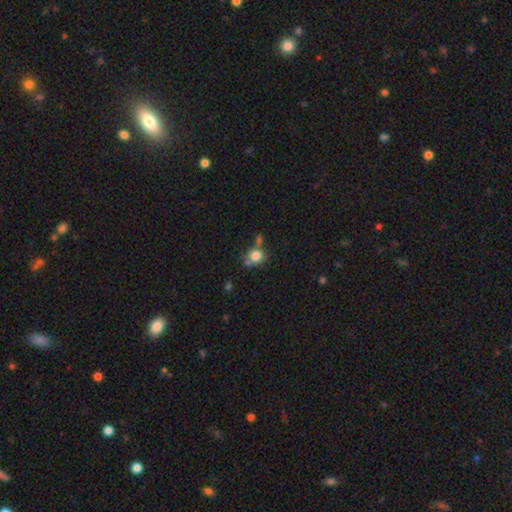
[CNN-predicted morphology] This appears to be a smooth galaxy with no disk features (79%) that is round (81%). Merging: none (57%).